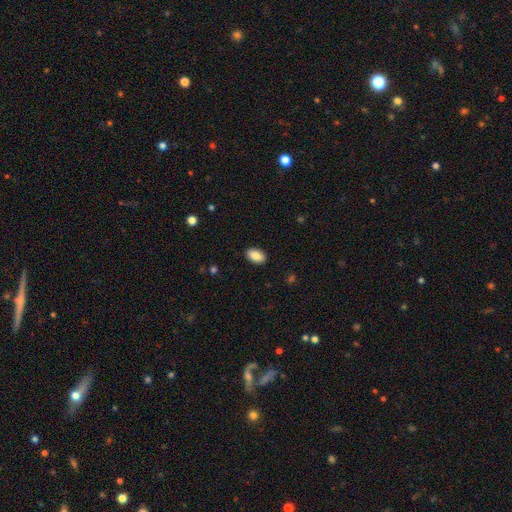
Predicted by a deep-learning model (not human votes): Smooth or featured: smooth — 87% (star or artifact — 7%)
How rounded: in between — 93% (round — 6%)
Merging: none — 89% (minor disturbance — 8%)